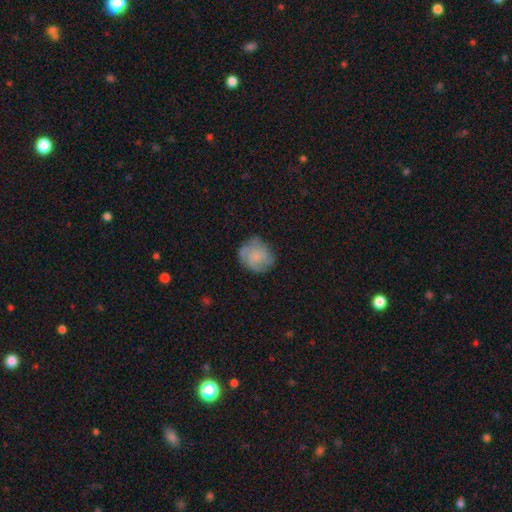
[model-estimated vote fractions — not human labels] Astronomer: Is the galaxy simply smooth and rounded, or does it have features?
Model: smooth — 54% (runner-up: featured or disk, 38%).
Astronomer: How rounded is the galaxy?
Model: round — 77%.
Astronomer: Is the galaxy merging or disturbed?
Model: none — 70%.